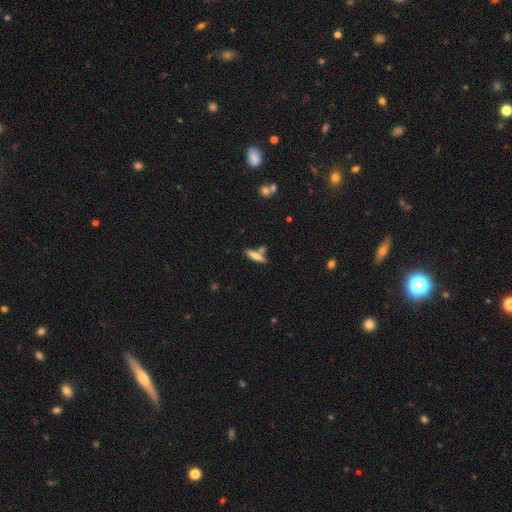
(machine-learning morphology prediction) Q: Smooth or featured?
A: smooth (67%); runner-up: featured or disk (25%)
Q: How rounded?
A: cigar-shaped (73%); runner-up: in between (24%)
Q: Merging?
A: none (62%); runner-up: merger (22%)